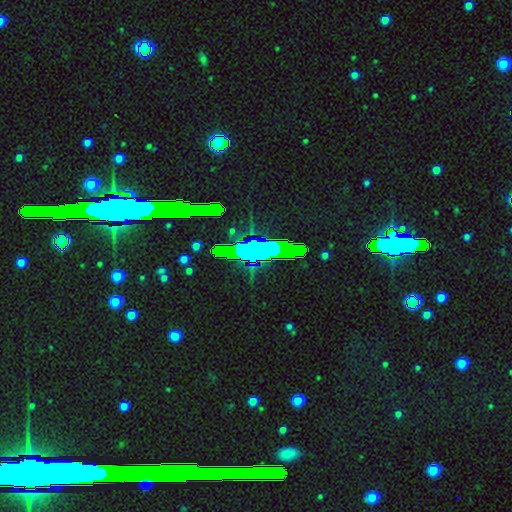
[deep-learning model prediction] smooth_or_featured: star or artifact (p=0.68) [alt: smooth p=0.19]